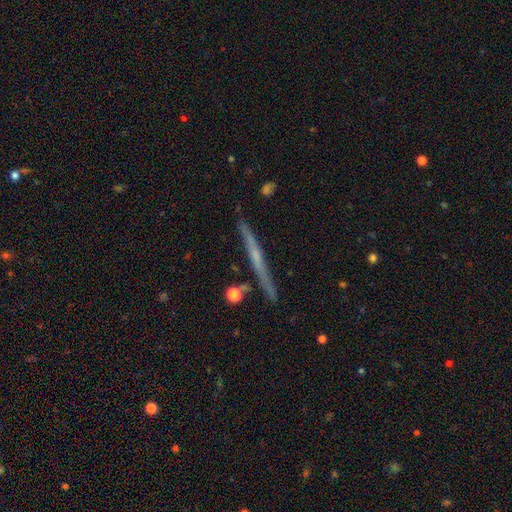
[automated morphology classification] This is likely a featured or disk galaxy (66%). It is clearly viewed edge-on (97%). Edge-on bulge: likely none (64%). Merging: clearly none (87%).